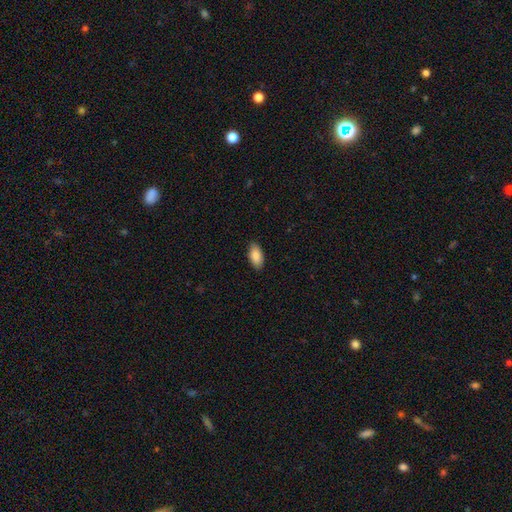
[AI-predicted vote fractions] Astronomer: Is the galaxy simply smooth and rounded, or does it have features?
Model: smooth — 88%.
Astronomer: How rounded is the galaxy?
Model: in between — 93%.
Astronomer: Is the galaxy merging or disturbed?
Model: none — 86%.